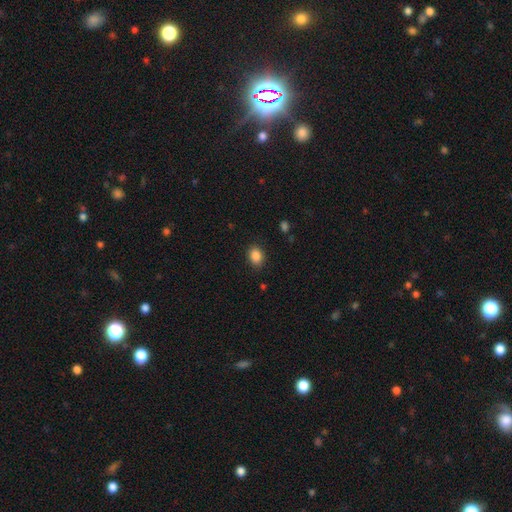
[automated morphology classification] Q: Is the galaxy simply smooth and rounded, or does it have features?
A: smooth — 87%.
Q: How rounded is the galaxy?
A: in between — 64%.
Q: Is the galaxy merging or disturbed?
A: none — 85%.